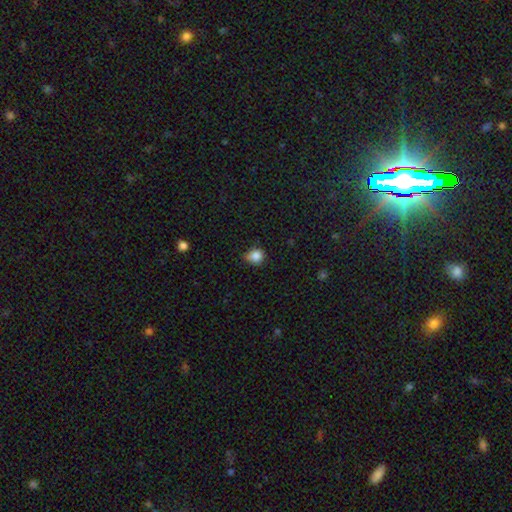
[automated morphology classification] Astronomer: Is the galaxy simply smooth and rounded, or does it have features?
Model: smooth — 85%.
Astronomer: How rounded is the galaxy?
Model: round — 77%.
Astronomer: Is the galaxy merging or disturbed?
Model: none — 65%.